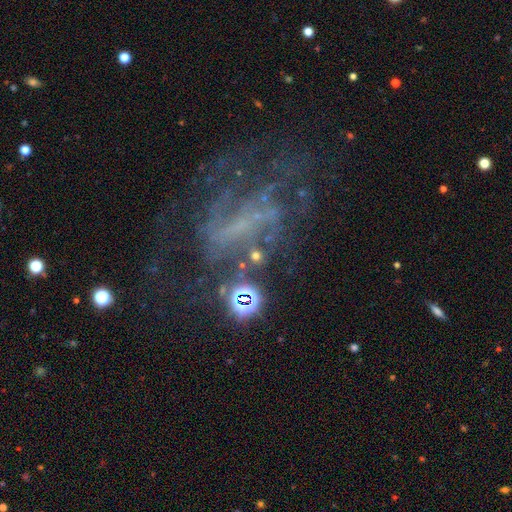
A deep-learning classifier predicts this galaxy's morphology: Smooth or featured: star or artifact — 43% (smooth — 30%)